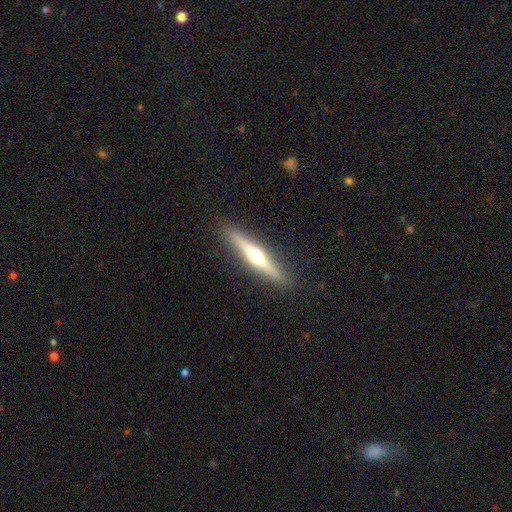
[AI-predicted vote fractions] Smooth or featured: featured or disk — 70% (smooth — 24%)
Edge-on disk: yes — 97% (no — 3%)
Edge-on bulge: rounded — 94% (none — 3%)
Merging: none — 91% (minor disturbance — 7%)